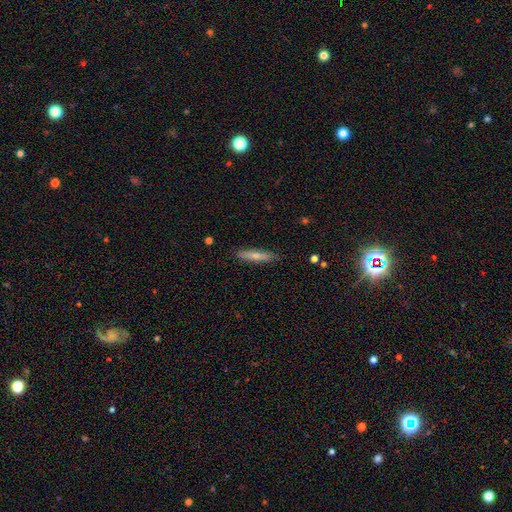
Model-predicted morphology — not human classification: Smooth or featured? smooth (71%)
How rounded? cigar-shaped (88%)
Merging? none (88%)